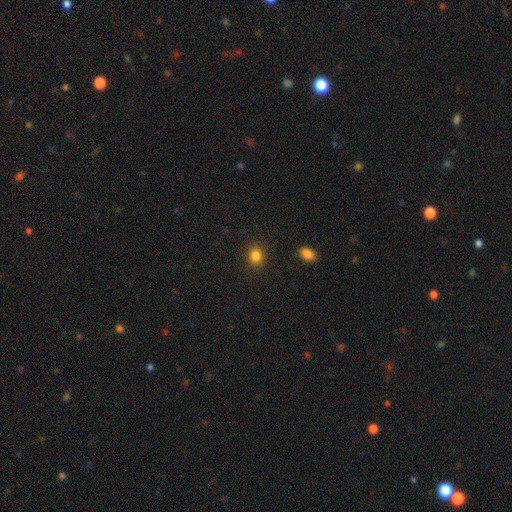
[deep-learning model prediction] A smooth galaxy with no disk features (85%) that is round (64%).

Vote fractions:
- Smooth or featured? smooth: 85% / star or artifact: 11% / featured or disk: 4%
- How rounded? round: 64% / in between: 35% / cigar-shaped: 1%
- Merging? none: 88% / minor disturbance: 8% / major disturbance: 3% / merger: 1%